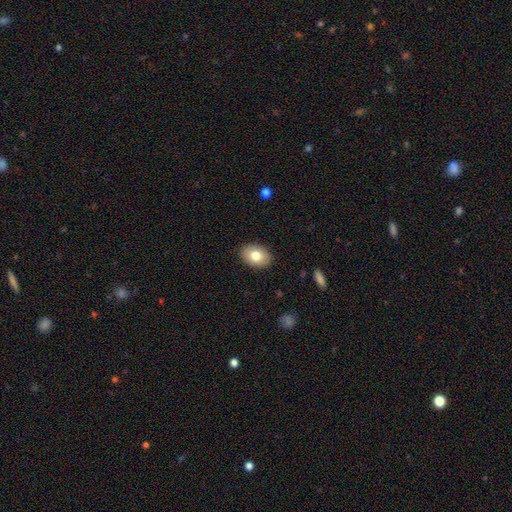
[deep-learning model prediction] smooth 79%, featured or disk 13%, star or artifact 8%. Down the decision tree: how rounded — in between (80%); merging — none (89%).